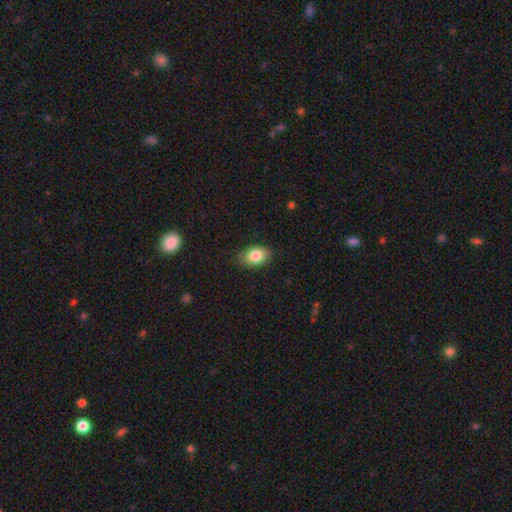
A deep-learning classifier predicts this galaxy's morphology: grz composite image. It shows a smooth galaxy with no disk features (84%) that is in between round and cigar-shaped (83%). Merging: none (83%).